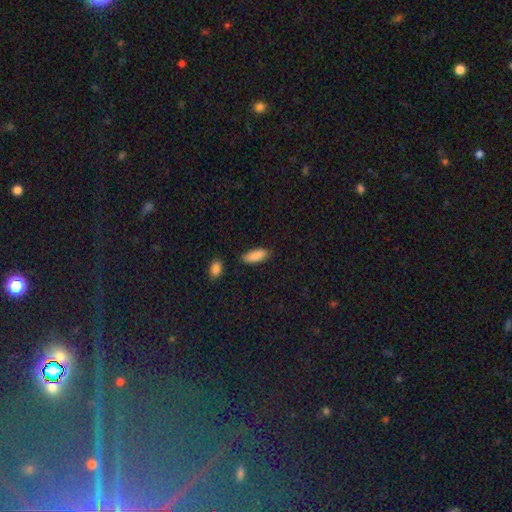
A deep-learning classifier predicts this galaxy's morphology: Overall: smooth (88%). How rounded: in between (74%). Merging: none (81%).